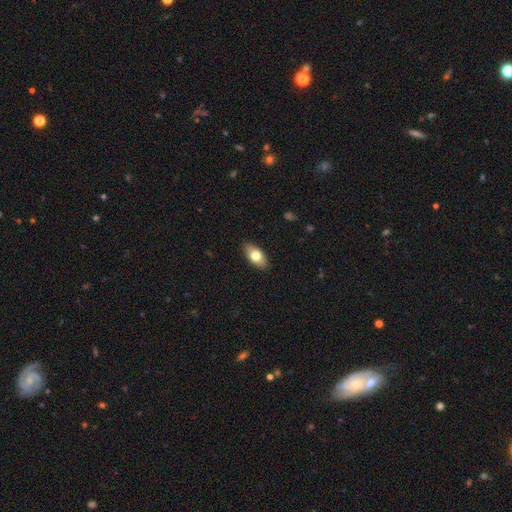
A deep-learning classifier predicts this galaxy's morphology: Q: Smooth or featured?
A: smooth (73%); runner-up: featured or disk (21%)
Q: How rounded?
A: in between (89%); runner-up: cigar-shaped (7%)
Q: Merging?
A: none (89%); runner-up: minor disturbance (8%)